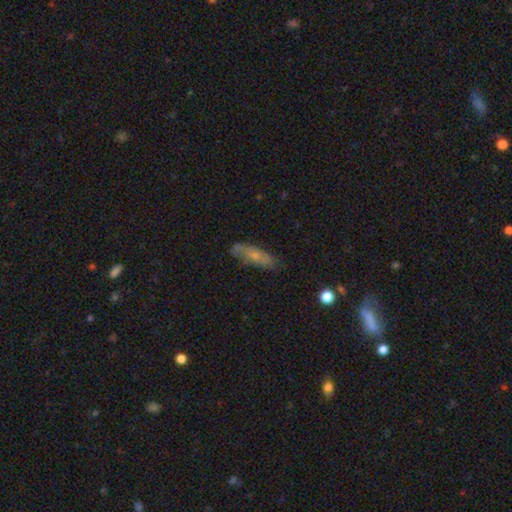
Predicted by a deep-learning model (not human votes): smooth 61%, featured or disk 31%, star or artifact 7%. Down the decision tree: how rounded — in between (56%); merging — none (66%).